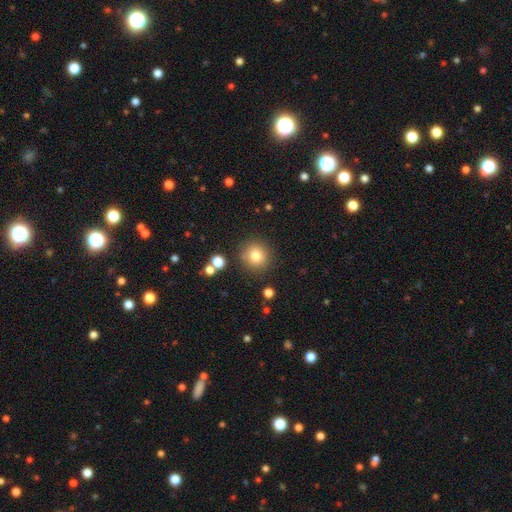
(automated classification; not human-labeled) Smooth or featured?
  - smooth: 80% *
  - star or artifact: 12%
  - featured or disk: 8%
How rounded?
  - round: 93% *
  - in between: 6%
  - cigar-shaped: 1%
Merging?
  - none: 85% *
  - minor disturbance: 8%
  - merger: 4%
  - major disturbance: 3%